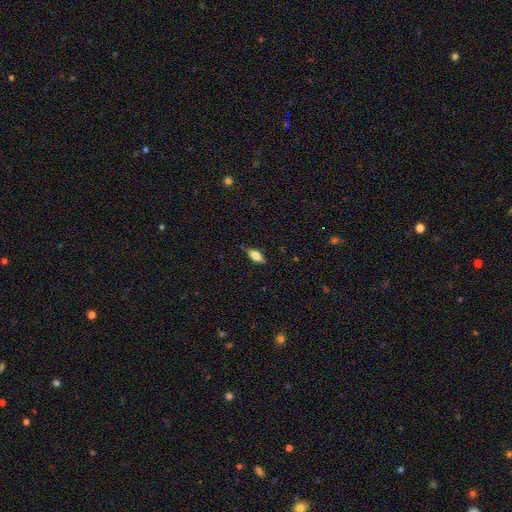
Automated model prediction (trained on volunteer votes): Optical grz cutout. It shows a smooth galaxy with no disk features (63%) that is in between round and cigar-shaped (74%). Merging: none (83%).